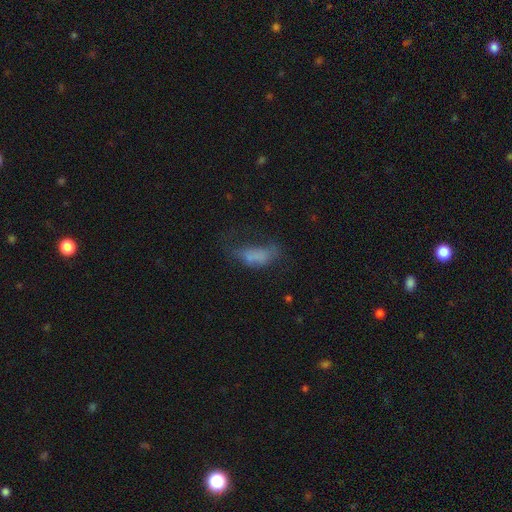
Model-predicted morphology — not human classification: Q: Smooth or featured?
A: smooth (60%); runner-up: featured or disk (25%)
Q: How rounded?
A: in between (80%); runner-up: cigar-shaped (15%)
Q: Merging?
A: major disturbance (44%); runner-up: none (26%)